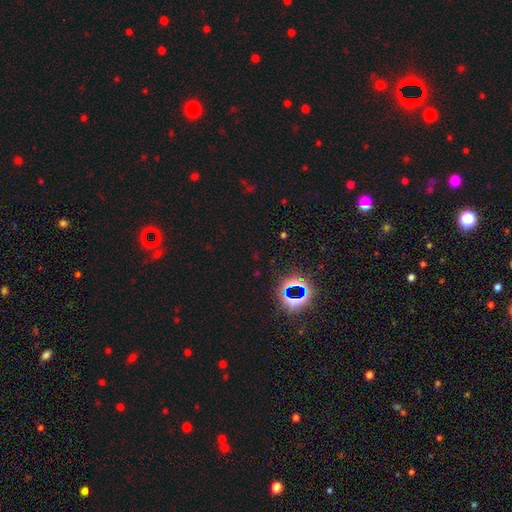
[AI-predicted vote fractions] Morphology: type=star or artifact (70%).